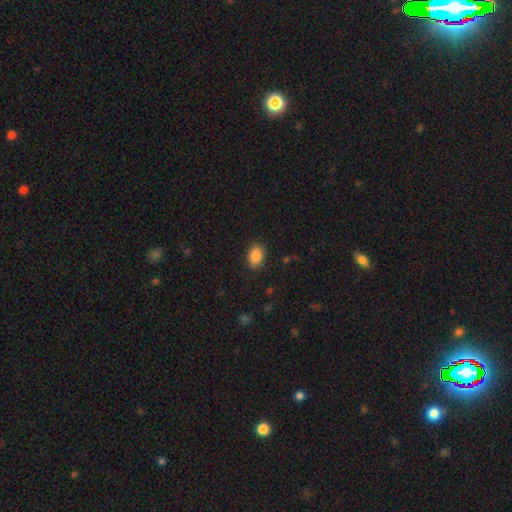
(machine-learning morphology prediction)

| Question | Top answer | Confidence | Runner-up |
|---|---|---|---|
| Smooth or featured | smooth | 88% | star or artifact (8%) |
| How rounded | in between | 81% | round (17%) |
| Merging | none | 88% | minor disturbance (9%) |